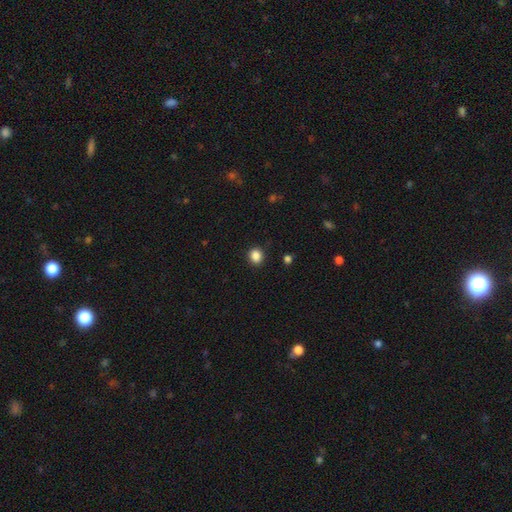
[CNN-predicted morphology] Overall: smooth (86%). How rounded: round (74%). Merging: none (89%).